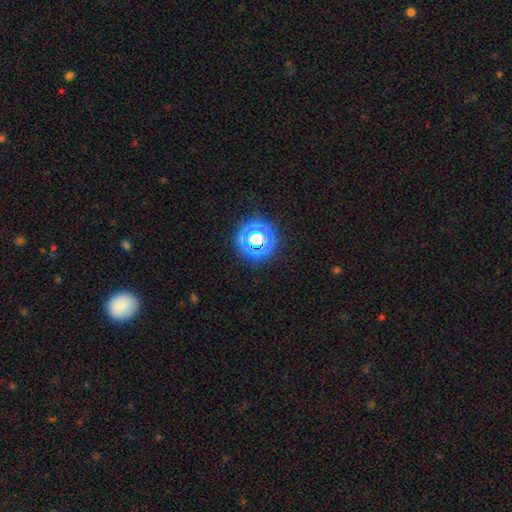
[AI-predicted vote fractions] This appears to be a smooth galaxy with no disk features (50%). Merging: none (91%).